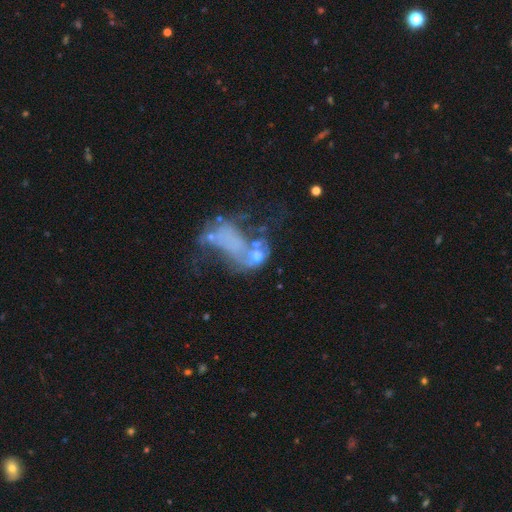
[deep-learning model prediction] This is possibly a featured or disk galaxy (55%). It is clearly not viewed edge-on (96%). Bar: clearly no (91%). Spiral arm pattern: clearly no (90%). Central bulge: likely none (68%). Merging: marginally merger (38%).